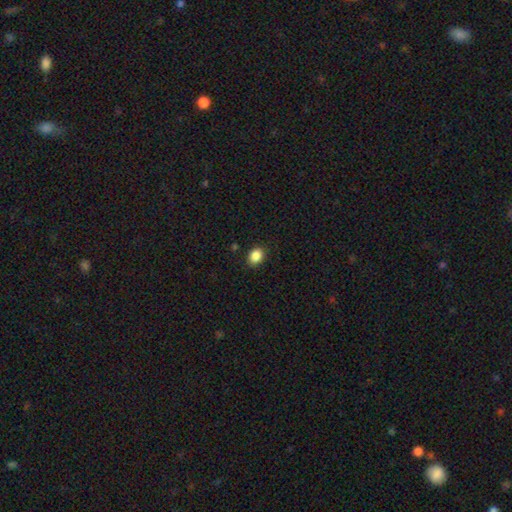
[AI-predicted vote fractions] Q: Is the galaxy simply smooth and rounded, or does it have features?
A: smooth — 88%.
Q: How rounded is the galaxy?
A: in between — 60%.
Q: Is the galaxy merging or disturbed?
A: none — 89%.